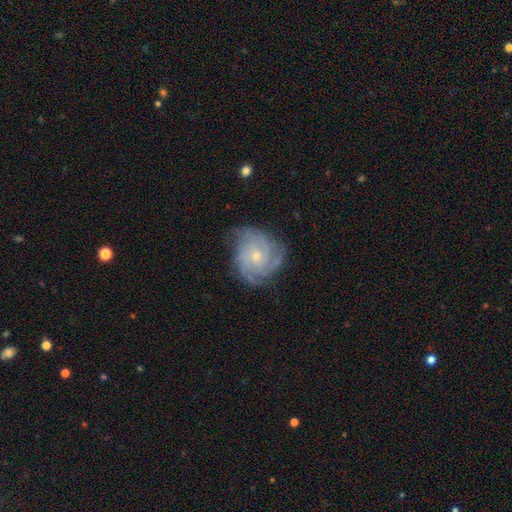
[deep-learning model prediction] This appears to be a featured or disk galaxy (84%) with no bar (75%), 3 (28%) tight (68%) spiral arms (97%) and a small central bulge (66%). Merging: none (73%).